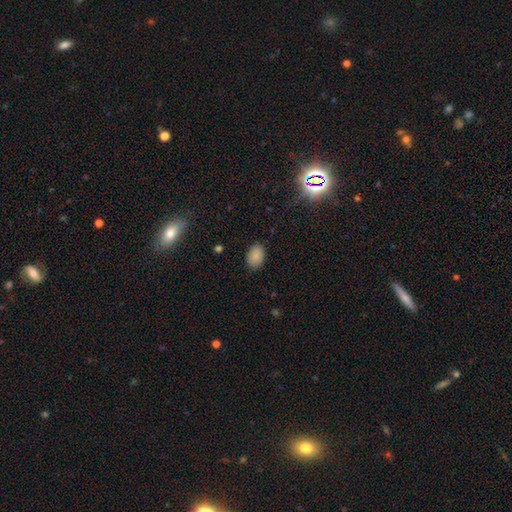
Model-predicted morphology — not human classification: smooth_or_featured: smooth (p=0.85) [alt: star or artifact p=0.10]
how_rounded: in between (p=0.84) [alt: round p=0.15]
merging: none (p=0.86) [alt: minor disturbance p=0.11]